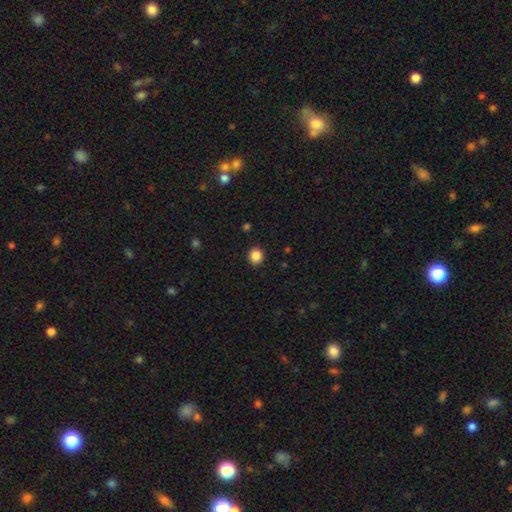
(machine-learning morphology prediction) Smooth or featured: smooth — 86% (star or artifact — 10%)
How rounded: round — 85% (in between — 15%)
Merging: none — 92% (minor disturbance — 5%)